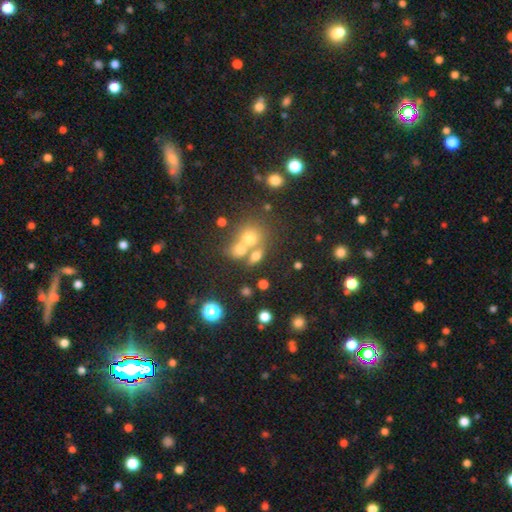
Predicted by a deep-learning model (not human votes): Smooth or featured? smooth (64%)
How rounded? in between (52%)
Merging? merger (46%)